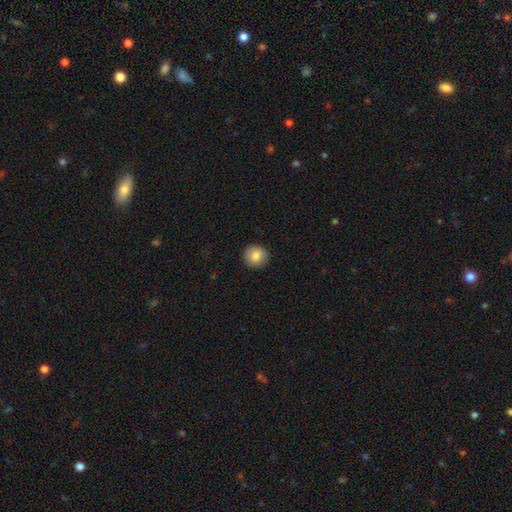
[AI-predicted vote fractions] Smooth or featured?
  - smooth: 84% *
  - star or artifact: 8%
  - featured or disk: 8%
How rounded?
  - round: 91% *
  - in between: 8%
  - cigar-shaped: 1%
Merging?
  - none: 90% *
  - minor disturbance: 7%
  - major disturbance: 2%
  - merger: 1%